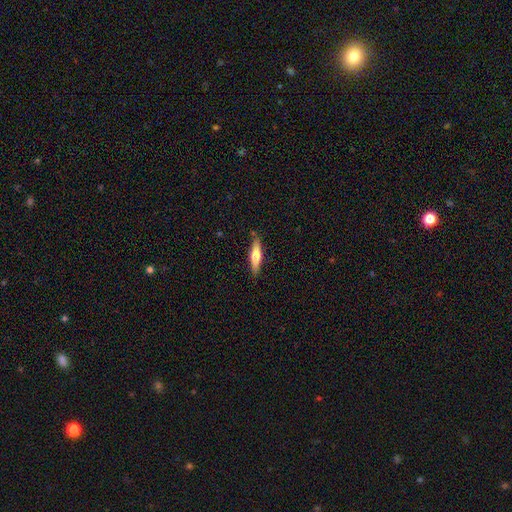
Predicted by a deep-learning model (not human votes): Smooth or featured? smooth (54%)
How rounded? cigar-shaped (72%)
Merging? none (85%)